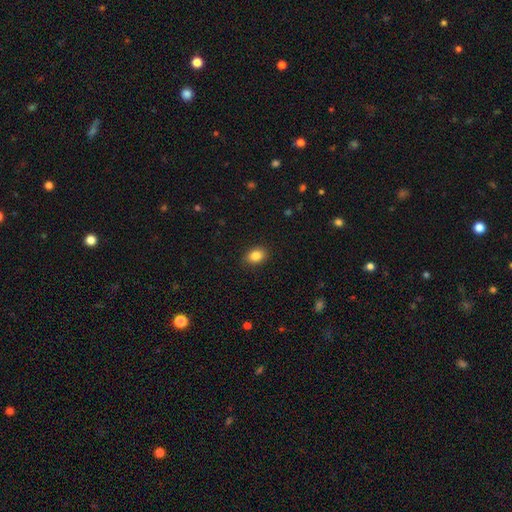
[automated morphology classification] This is clearly a smooth galaxy (85%). How rounded: likely in between (68%). Merging: clearly none (89%).